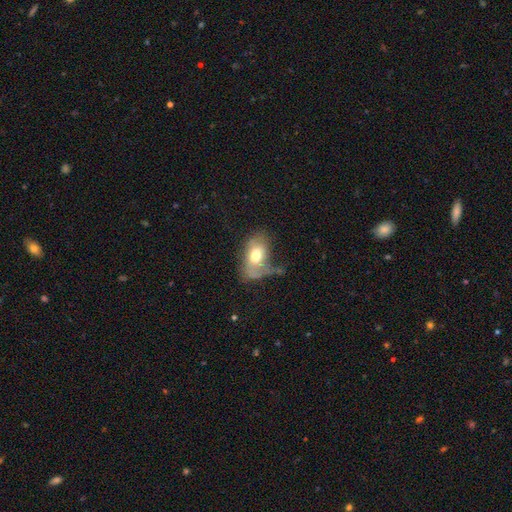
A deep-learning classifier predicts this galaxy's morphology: type=smooth (62%); roundness=in between (87%); merging=major disturbance (36%).